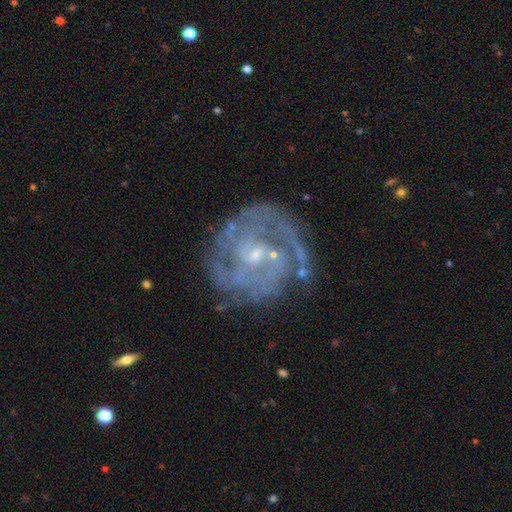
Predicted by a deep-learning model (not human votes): Smooth or featured? Predicted: featured or disk (p=0.86). Edge-on disk? Predicted: no (p=0.98). Bar? Predicted: no (p=0.47). Spiral arms? Predicted: yes (p=0.92). Spiral winding? Predicted: tight (p=0.58). Spiral arm count? Predicted: can't tell (p=0.29). Bulge size? Predicted: small (p=0.71). Merging? Predicted: none (p=0.69).